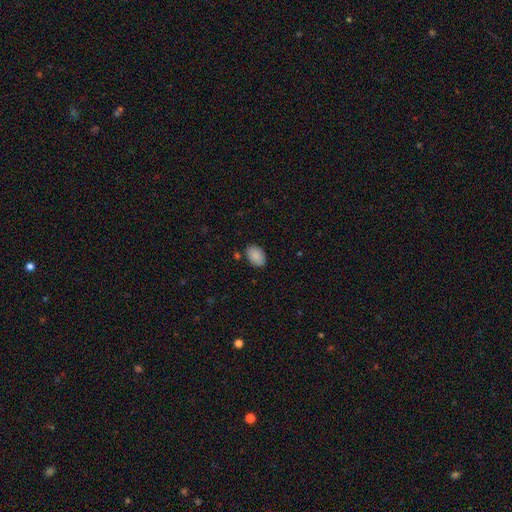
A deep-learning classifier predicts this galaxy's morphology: smooth 89%, star or artifact 7%, featured or disk 4%. Down the decision tree: how rounded — in between (88%); merging — none (83%).